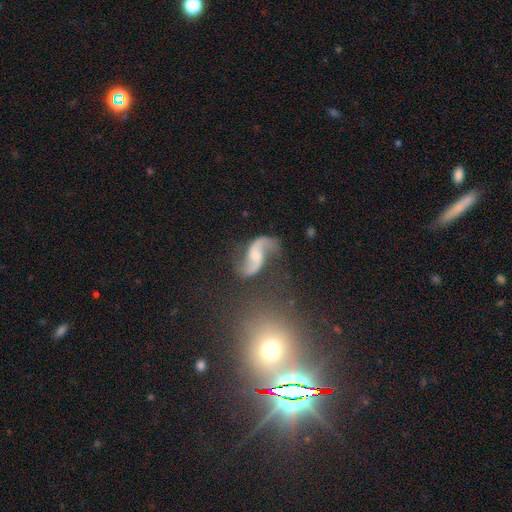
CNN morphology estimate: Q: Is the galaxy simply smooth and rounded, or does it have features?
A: featured or disk — 87%.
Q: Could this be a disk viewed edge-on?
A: no — 98%.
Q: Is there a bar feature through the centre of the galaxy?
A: no — 49%.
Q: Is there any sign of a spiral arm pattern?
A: yes — 96%.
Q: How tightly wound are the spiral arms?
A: loose — 84%.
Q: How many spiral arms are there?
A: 2 — 93%.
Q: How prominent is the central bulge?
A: none — 35%.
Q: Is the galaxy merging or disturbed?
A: none — 65%.